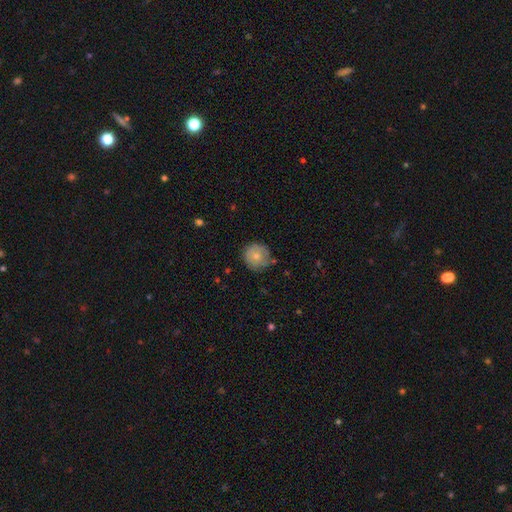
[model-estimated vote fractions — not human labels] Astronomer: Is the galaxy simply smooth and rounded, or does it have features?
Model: smooth — 75%.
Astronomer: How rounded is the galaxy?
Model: round — 93%.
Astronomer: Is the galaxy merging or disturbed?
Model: none — 75%.